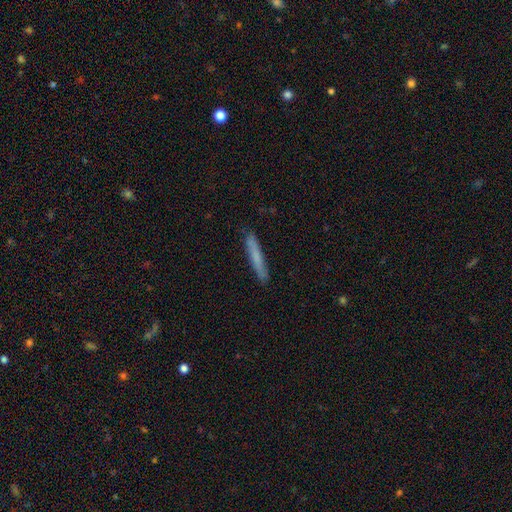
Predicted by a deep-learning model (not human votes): Morphology: type=smooth (68%); roundness=cigar-shaped (96%); merging=none (89%).